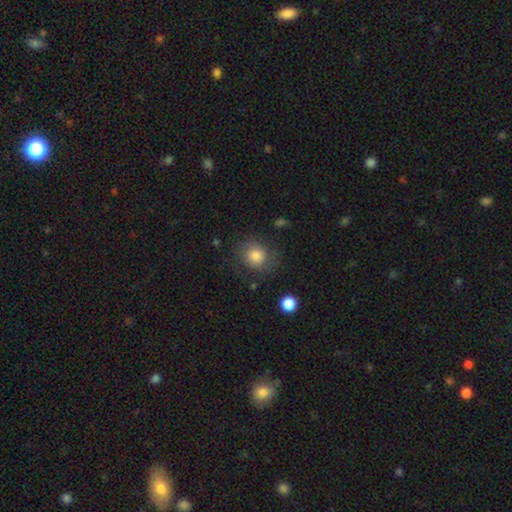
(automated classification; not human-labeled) Q: Smooth or featured?
A: smooth (77%); runner-up: featured or disk (14%)
Q: How rounded?
A: round (76%); runner-up: in between (23%)
Q: Merging?
A: none (73%); runner-up: minor disturbance (17%)